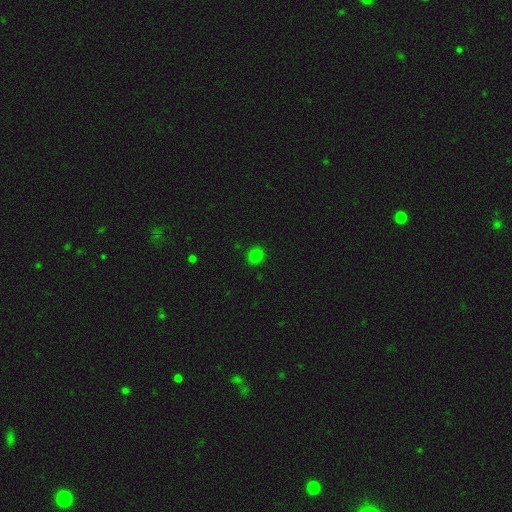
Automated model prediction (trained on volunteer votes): Overall: smooth (81%). How rounded: round (86%). Merging: none (90%).